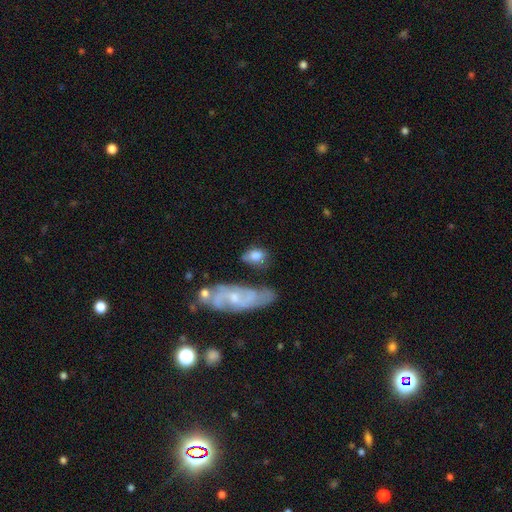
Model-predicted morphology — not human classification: smooth 69%, featured or disk 24%, star or artifact 7%. Down the decision tree: how rounded — in between (72%); merging — none (43%).